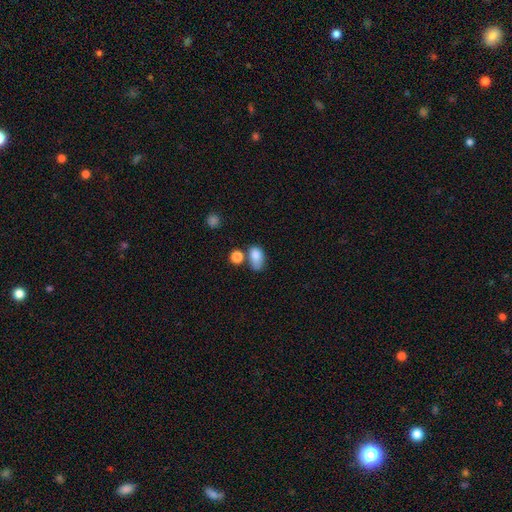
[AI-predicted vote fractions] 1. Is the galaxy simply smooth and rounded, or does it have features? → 82% smooth, 10% star or artifact, 8% featured or disk.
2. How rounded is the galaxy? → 85% in between, 13% round, 2% cigar-shaped.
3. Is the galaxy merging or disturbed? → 42% none, 24% minor disturbance, 23% merger, 11% major disturbance.